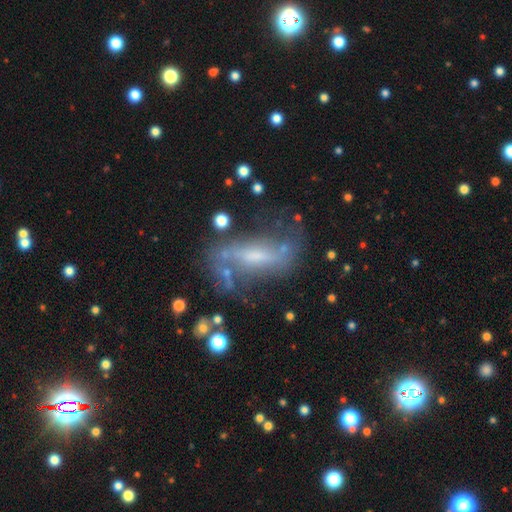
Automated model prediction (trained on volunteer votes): Morphology: type=featured or disk (65%); edge-on=no (78%); bar=weak (36%); spiral arms=yes (70%); bulge=small (37%); merging=none (54%).